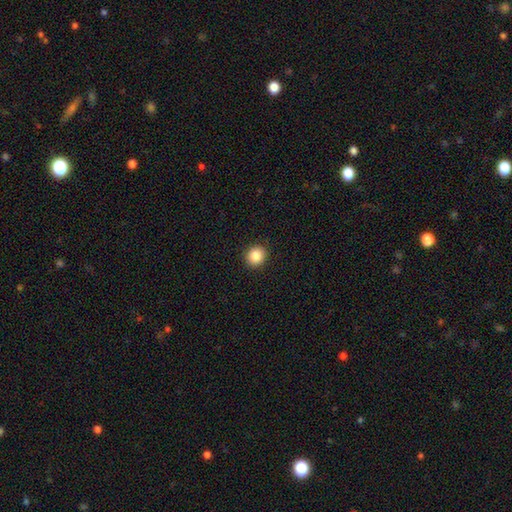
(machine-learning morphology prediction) A smooth galaxy with no disk features (86%) that is round (84%).

Vote fractions:
- Smooth or featured? smooth: 86% / star or artifact: 10% / featured or disk: 5%
- How rounded? round: 84% / in between: 15% / cigar-shaped: 1%
- Merging? none: 92% / minor disturbance: 5% / major disturbance: 2% / merger: 1%